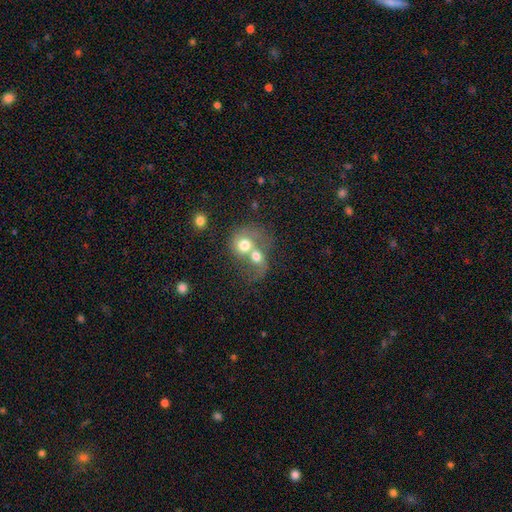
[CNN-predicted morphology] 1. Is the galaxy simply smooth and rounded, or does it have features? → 54% smooth, 35% featured or disk, 10% star or artifact.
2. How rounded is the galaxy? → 64% round, 35% in between, 1% cigar-shaped.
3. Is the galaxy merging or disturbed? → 81% merger, 9% none, 7% major disturbance, 4% minor disturbance.